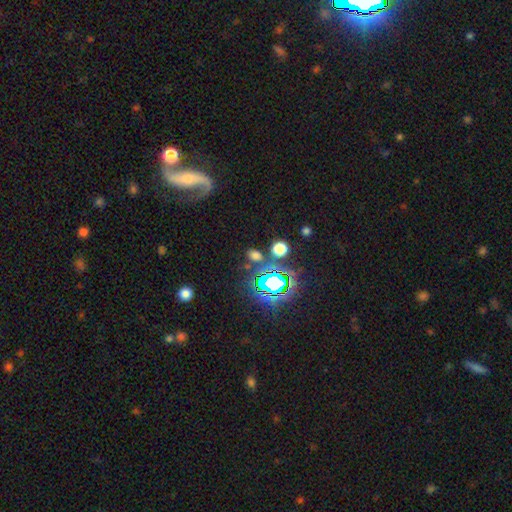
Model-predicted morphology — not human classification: Overall: smooth (55%; star or artifact 37%). How rounded: in between (62%; round 35%). Merging: none (77%).